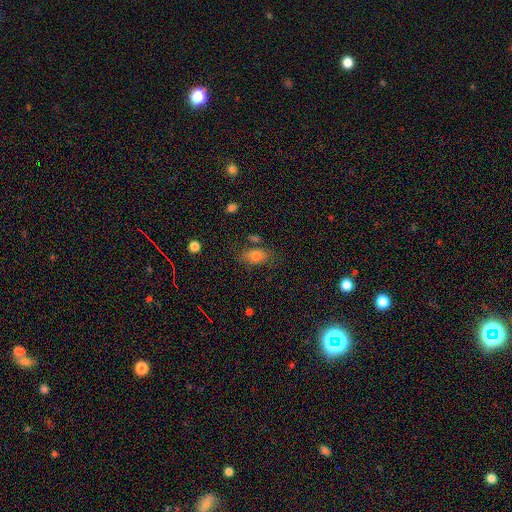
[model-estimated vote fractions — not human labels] Smooth or featured?
  - smooth: 78% *
  - star or artifact: 12%
  - featured or disk: 10%
How rounded?
  - in between: 82% *
  - round: 15%
  - cigar-shaped: 3%
Merging?
  - none: 69% *
  - minor disturbance: 18%
  - merger: 7%
  - major disturbance: 6%